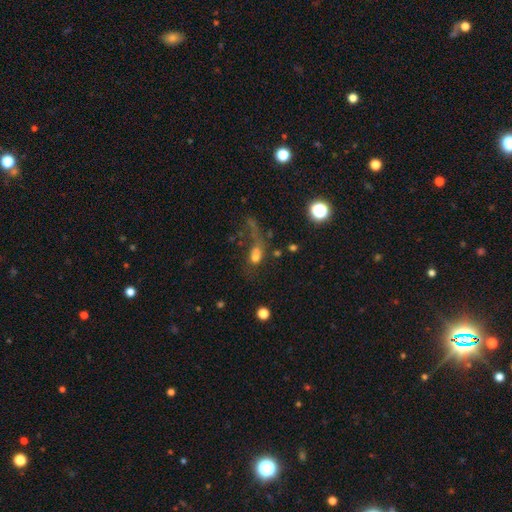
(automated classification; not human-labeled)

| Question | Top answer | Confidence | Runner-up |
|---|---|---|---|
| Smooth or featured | smooth | 52% | featured or disk (27%) |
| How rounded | in between | 59% | round (31%) |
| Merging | major disturbance | 46% | none (21%) |